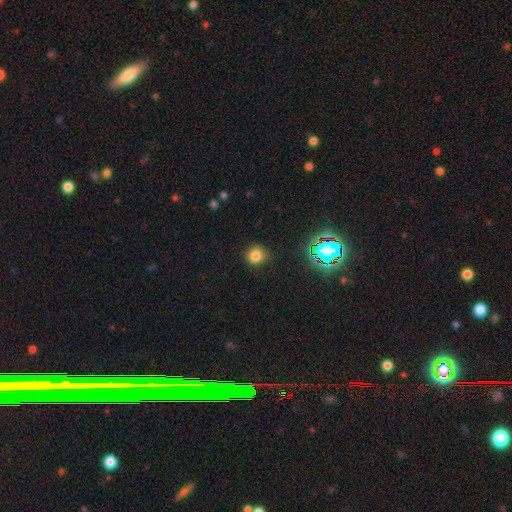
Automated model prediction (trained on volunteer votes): This is likely a smooth galaxy (78%). How rounded: clearly round (85%). Merging: clearly none (81%).